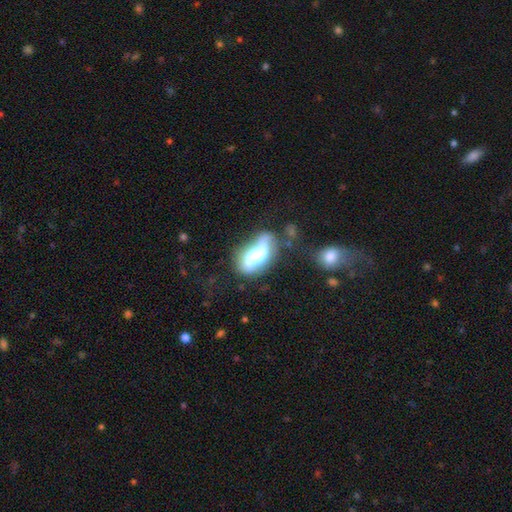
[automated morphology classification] This appears to be a featured or disk galaxy (59%) with no bar (41%), spiral arms (67%) and a large central bulge (42%). Merging: none (40%).